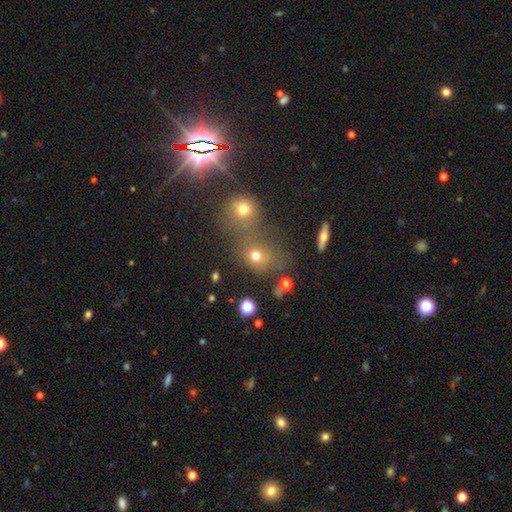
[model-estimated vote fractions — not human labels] A smooth galaxy with no disk features (71%) that is round (71%). Merging: merger (45%).